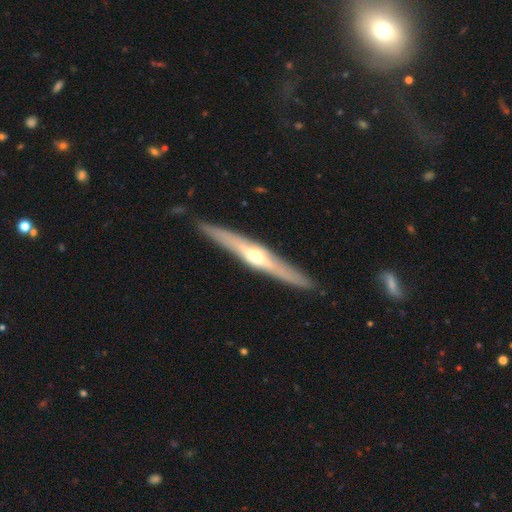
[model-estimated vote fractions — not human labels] featured or disk 74%, smooth 21%, star or artifact 5%. Down the decision tree: edge-on disk — yes (95%); edge-on bulge — rounded (89%); merging — none (90%).